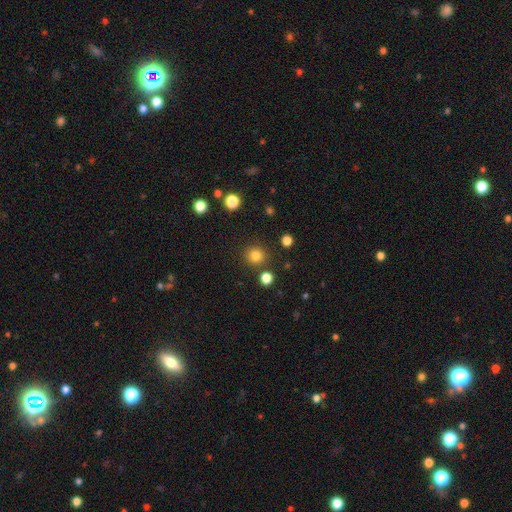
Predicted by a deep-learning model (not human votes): Smooth or featured: smooth — 82% (star or artifact — 13%)
How rounded: round — 91% (in between — 9%)
Merging: none — 87% (minor disturbance — 7%)